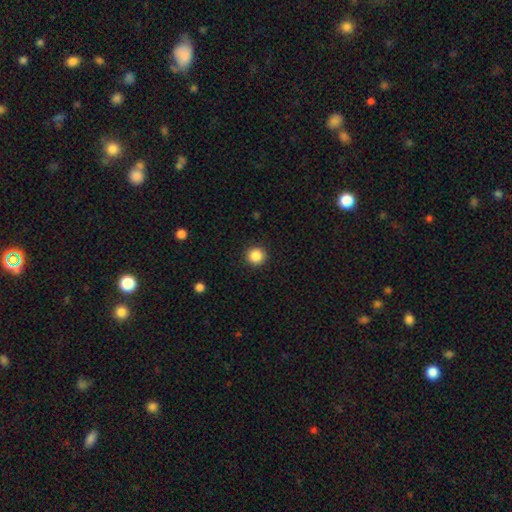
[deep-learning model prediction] A smooth galaxy with no disk features (87%) that is round (94%). Merging: none (92%).